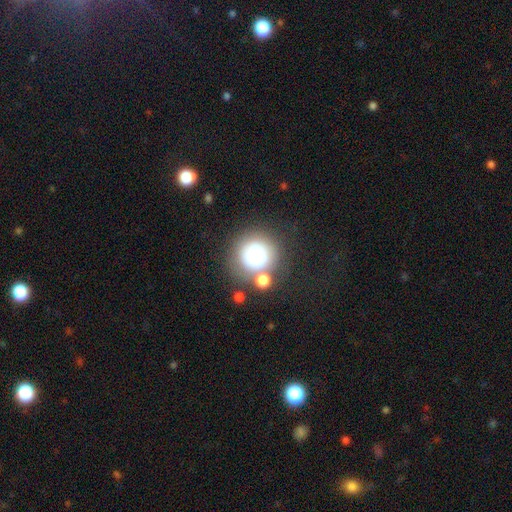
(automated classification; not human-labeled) A smooth galaxy with no disk features (76%) that is round (93%). Merging: none (64%).